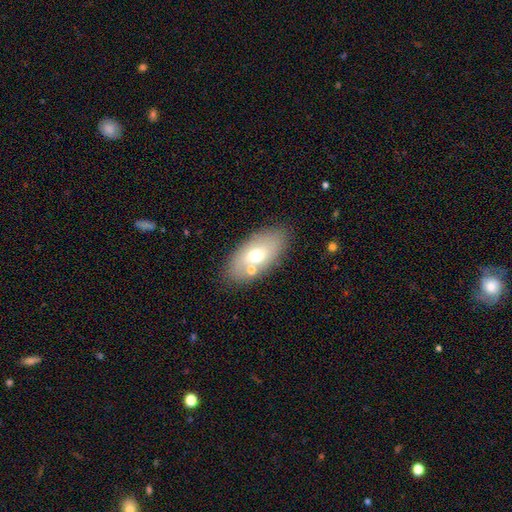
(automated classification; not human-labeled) smooth-or-featured: smooth: 61% | featured or disk: 30% | star or artifact: 9%
  how-rounded: in between: 91% | round: 6% | cigar-shaped: 3%
  merging: none: 74% | minor disturbance: 12% | merger: 11% | major disturbance: 4%